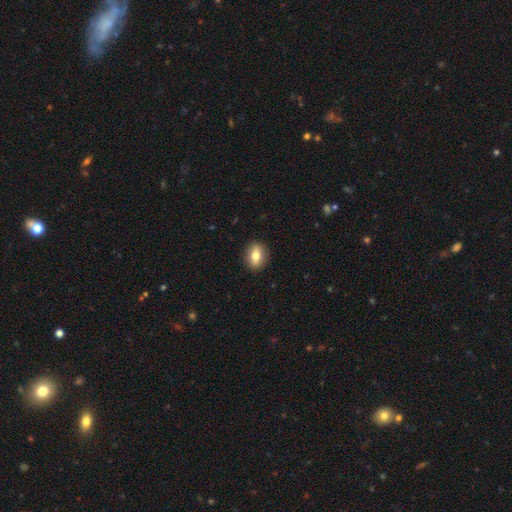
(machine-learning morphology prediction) A smooth galaxy with no disk features (76%) that is in between round and cigar-shaped (65%). Merging: none (90%).